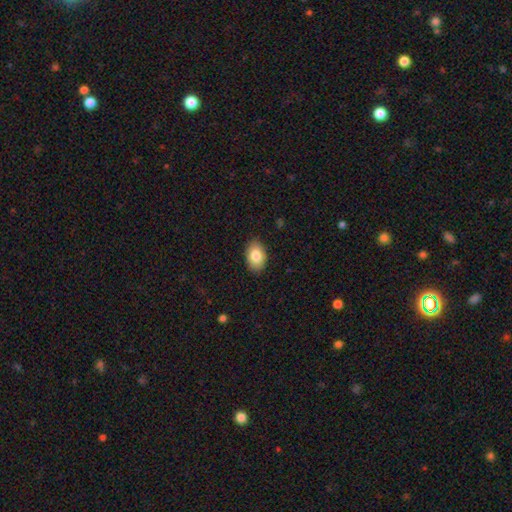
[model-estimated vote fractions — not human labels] Overall: smooth (84%). How rounded: in between (89%). Merging: none (88%).